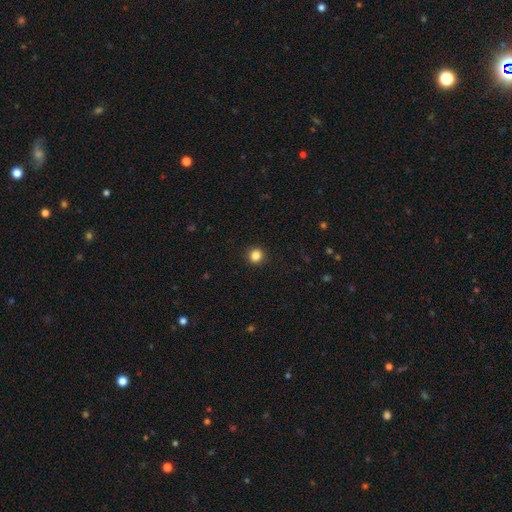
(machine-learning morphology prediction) smooth_or_featured: smooth (p=0.85) [alt: star or artifact p=0.12]
how_rounded: round (p=0.90) [alt: in between p=0.09]
merging: none (p=0.92) [alt: minor disturbance p=0.05]